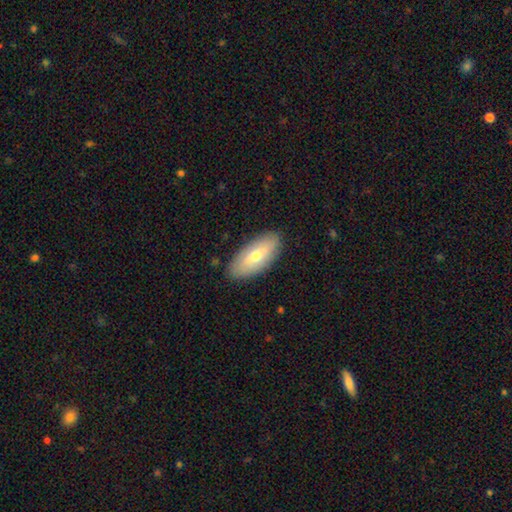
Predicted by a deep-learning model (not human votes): Q: Smooth or featured?
A: smooth (62%); runner-up: featured or disk (32%)
Q: How rounded?
A: in between (83%); runner-up: cigar-shaped (15%)
Q: Merging?
A: none (87%); runner-up: minor disturbance (9%)